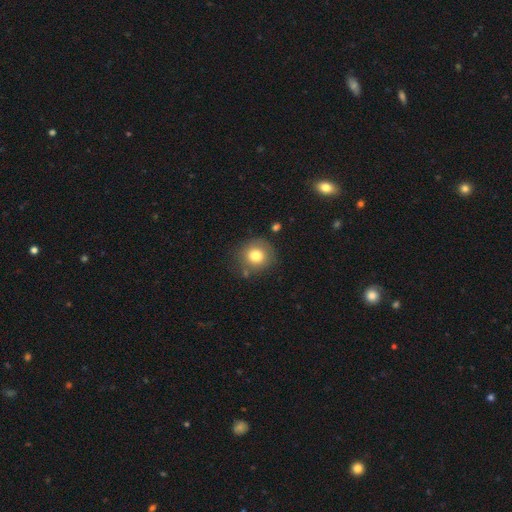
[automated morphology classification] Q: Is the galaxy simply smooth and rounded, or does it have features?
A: smooth — 79%.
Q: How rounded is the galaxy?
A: round — 89%.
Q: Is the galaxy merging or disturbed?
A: none — 79%.